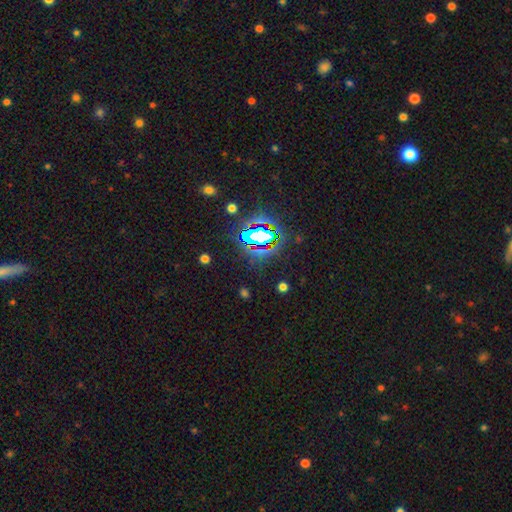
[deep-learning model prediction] Smooth or featured: star or artifact — 79% (smooth — 12%)